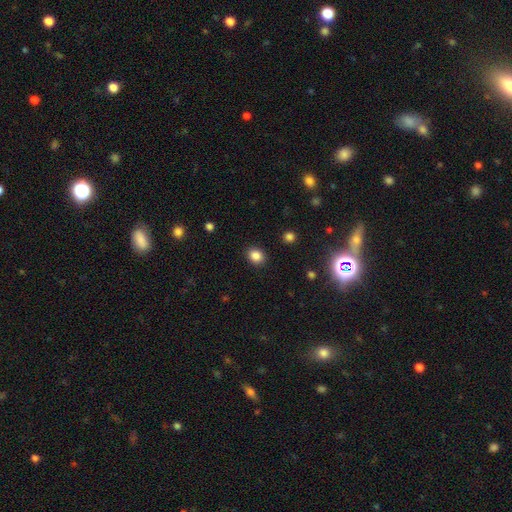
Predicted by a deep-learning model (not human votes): Smooth or featured? Predicted: smooth (p=0.85). How rounded? Predicted: round (p=0.56). Merging? Predicted: none (p=0.90).